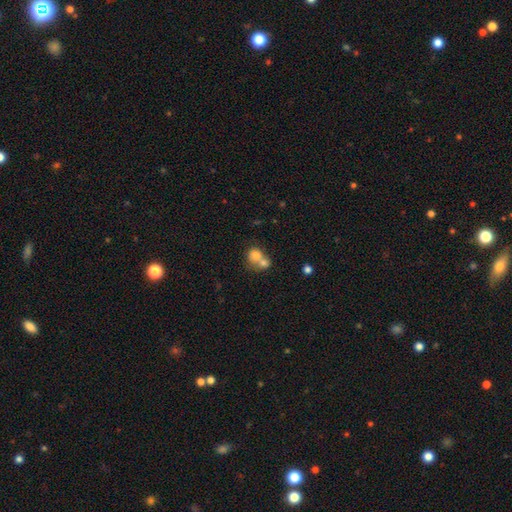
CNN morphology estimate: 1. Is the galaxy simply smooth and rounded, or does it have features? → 76% smooth, 14% featured or disk, 10% star or artifact.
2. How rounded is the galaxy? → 73% round, 26% in between, 1% cigar-shaped.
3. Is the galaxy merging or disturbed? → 64% merger, 26% none, 6% minor disturbance, 3% major disturbance.